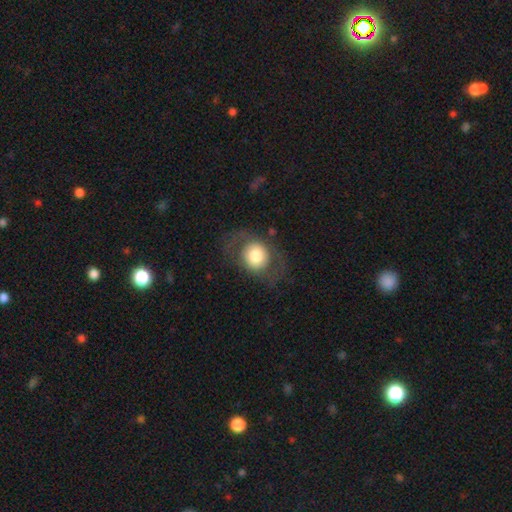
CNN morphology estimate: This appears to be a smooth galaxy with no disk features (62%) that is round (68%). Merging: none (69%).